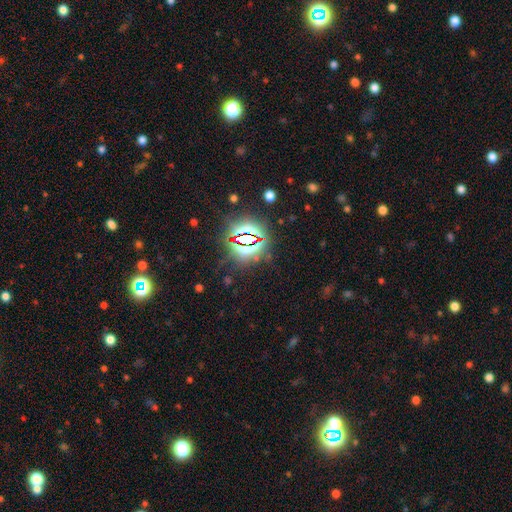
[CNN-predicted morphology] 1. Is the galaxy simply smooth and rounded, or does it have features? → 83% star or artifact, 11% smooth, 7% featured or disk.